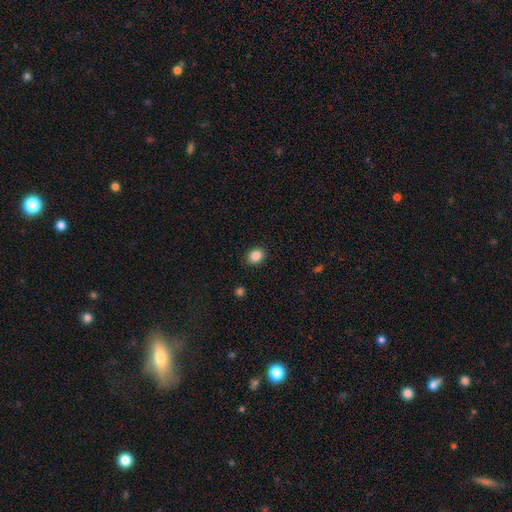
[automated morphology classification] A smooth galaxy with no disk features (86%) that is in between round and cigar-shaped (63%). Merging: none (89%).